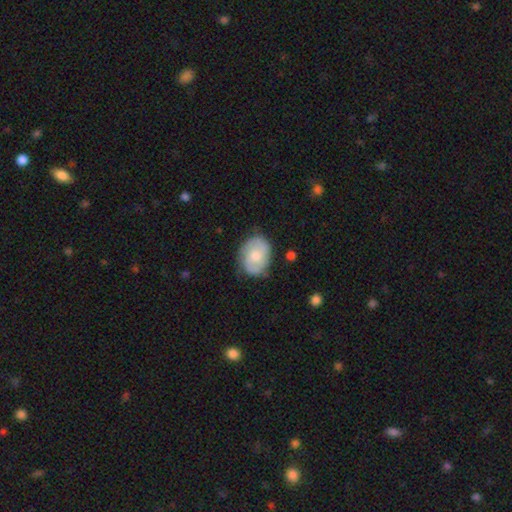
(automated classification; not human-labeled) Q: Smooth or featured?
A: smooth (51%); runner-up: featured or disk (43%)
Q: How rounded?
A: in between (59%); runner-up: round (40%)
Q: Merging?
A: none (69%); runner-up: minor disturbance (23%)